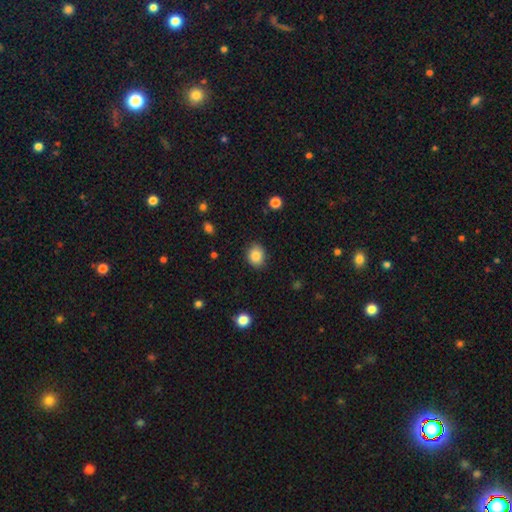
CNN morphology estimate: Smooth or featured?
  - smooth: 85% *
  - star or artifact: 9%
  - featured or disk: 6%
How rounded?
  - round: 57% *
  - in between: 42%
  - cigar-shaped: 1%
Merging?
  - none: 85% *
  - minor disturbance: 11%
  - major disturbance: 2%
  - merger: 1%